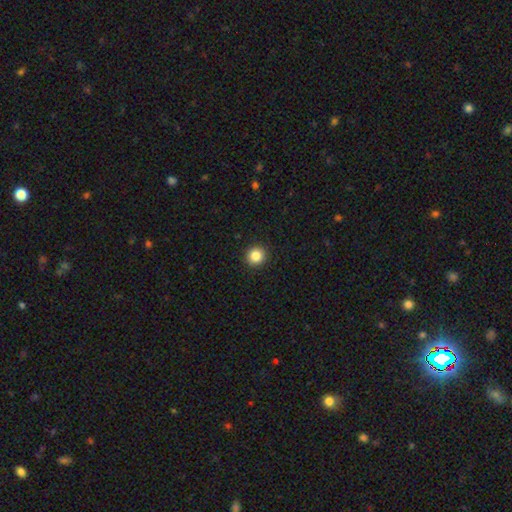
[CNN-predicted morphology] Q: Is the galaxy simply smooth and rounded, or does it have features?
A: smooth — 85%.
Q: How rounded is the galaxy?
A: round — 93%.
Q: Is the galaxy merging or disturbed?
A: none — 93%.